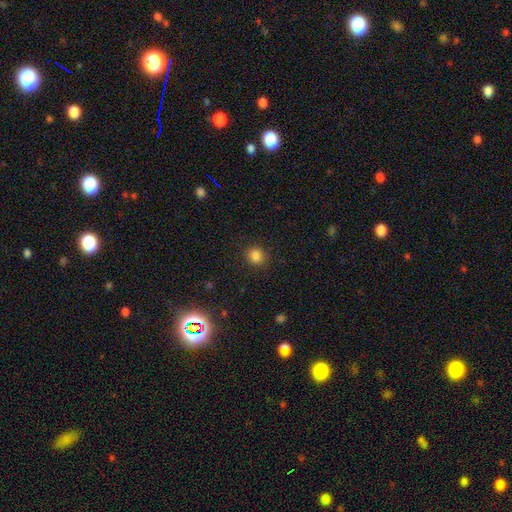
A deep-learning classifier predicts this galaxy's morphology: Smooth or featured? smooth (84%)
How rounded? round (84%)
Merging? none (90%)